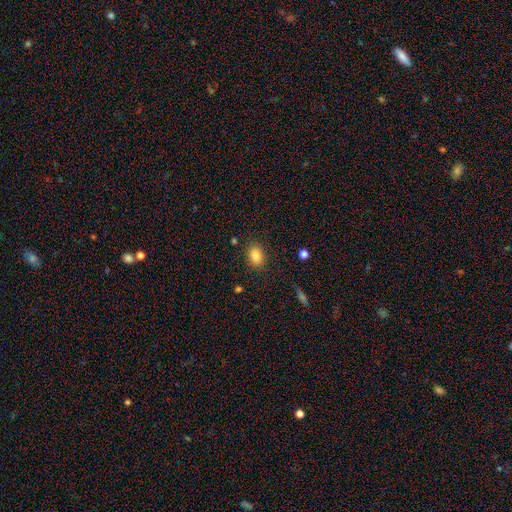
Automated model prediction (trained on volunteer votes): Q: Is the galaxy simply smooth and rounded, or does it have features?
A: smooth — 85%.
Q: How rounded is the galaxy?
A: in between — 78%.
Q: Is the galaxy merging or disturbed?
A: none — 85%.